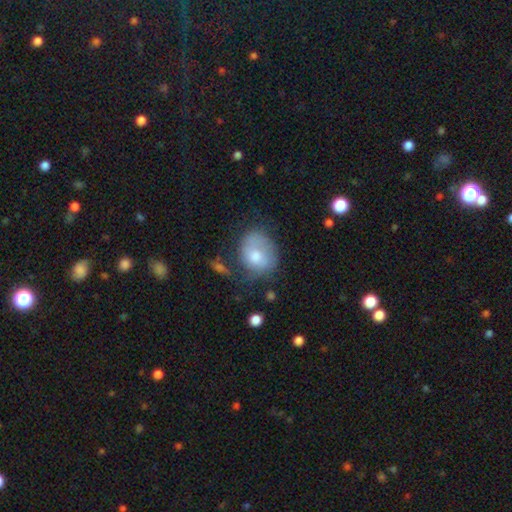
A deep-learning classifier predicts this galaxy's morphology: Smooth or featured? Predicted: smooth (p=0.61). How rounded? Predicted: round (p=0.51). Merging? Predicted: none (p=0.46).